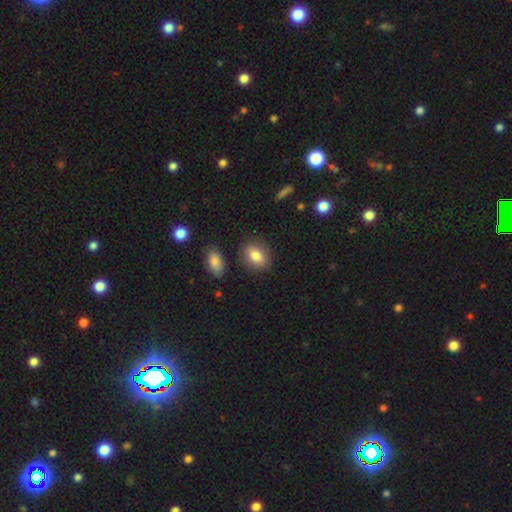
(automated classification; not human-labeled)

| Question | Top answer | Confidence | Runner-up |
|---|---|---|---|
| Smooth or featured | smooth | 84% | star or artifact (8%) |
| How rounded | in between | 77% | round (21%) |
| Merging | none | 83% | minor disturbance (11%) |